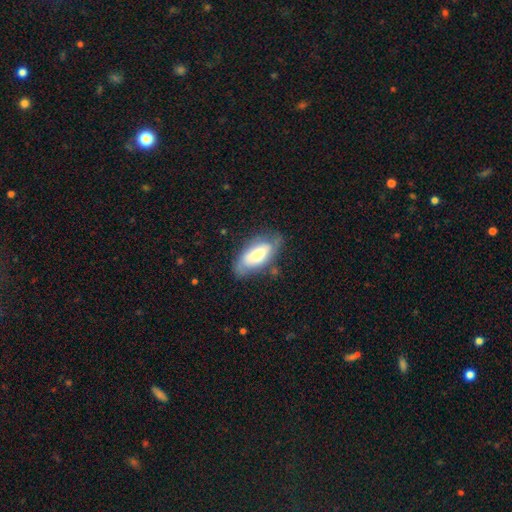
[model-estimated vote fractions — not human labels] This is possibly a smooth galaxy (53%). How rounded: clearly in between (85%). Merging: likely none (66%).